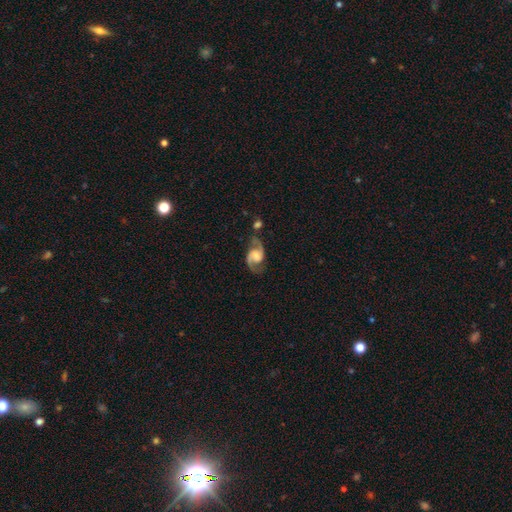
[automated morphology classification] This appears to be a featured or disk galaxy (88%) with no bar (51%), 2 (93%) medium (54%) spiral arms (97%) and a moderate central bulge (38%). Merging: none (65%).